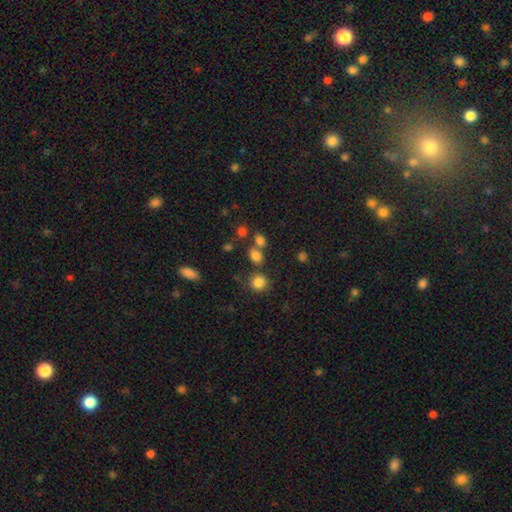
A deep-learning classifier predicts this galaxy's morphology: smooth_or_featured: smooth (p=0.75) [alt: star or artifact p=0.17]
how_rounded: round (p=0.54) [alt: in between p=0.45]
merging: none (p=0.58) [alt: merger p=0.27]